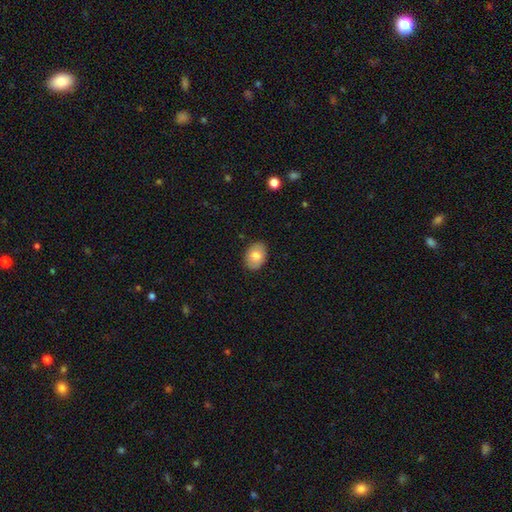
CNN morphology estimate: smooth_or_featured: smooth (p=0.76) [alt: featured or disk p=0.17]
how_rounded: in between (p=0.77) [alt: round p=0.22]
merging: none (p=0.86) [alt: minor disturbance p=0.11]